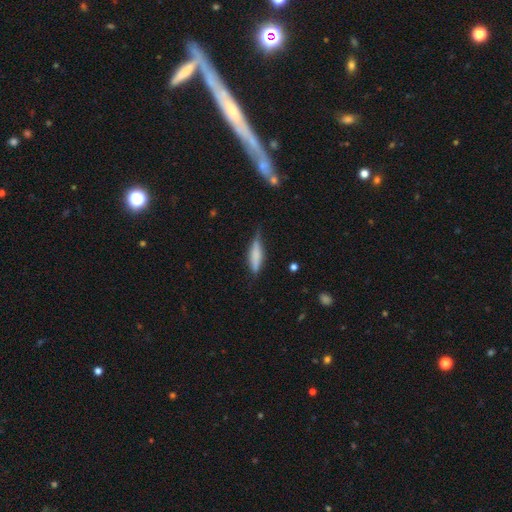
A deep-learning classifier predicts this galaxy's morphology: smooth 58%, featured or disk 35%, star or artifact 7%. Down the decision tree: how rounded — cigar-shaped (68%); merging — none (65%).